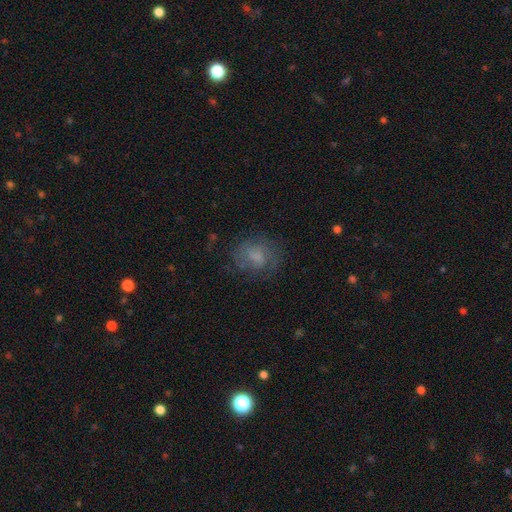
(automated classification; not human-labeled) A smooth galaxy with no disk features (51%) that is round (51%).

Vote fractions:
- Smooth or featured? smooth: 51% / featured or disk: 36% / star or artifact: 12%
- How rounded? round: 51% / in between: 48% / cigar-shaped: 2%
- Merging? none: 65% / minor disturbance: 20% / major disturbance: 14% / merger: 2%